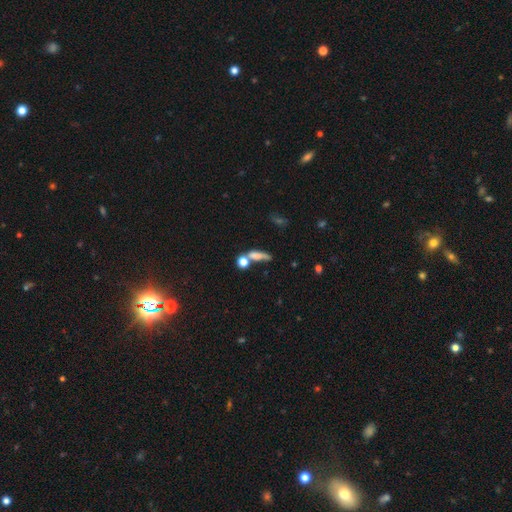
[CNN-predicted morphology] Q: Smooth or featured?
A: smooth (67%); runner-up: featured or disk (19%)
Q: How rounded?
A: cigar-shaped (36%); tied with: in between (36%)
Q: Merging?
A: none (40%); runner-up: merger (31%)